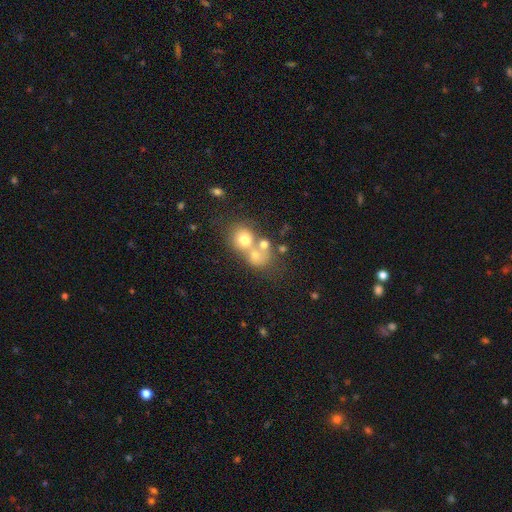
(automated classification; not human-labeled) A smooth galaxy with no disk features (62%) that is round (70%).

Vote fractions:
- Smooth or featured? smooth: 62% / featured or disk: 23% / star or artifact: 15%
- How rounded? round: 70% / in between: 29% / cigar-shaped: 1%
- Merging? merger: 57% / none: 28% / minor disturbance: 8% / major disturbance: 7%